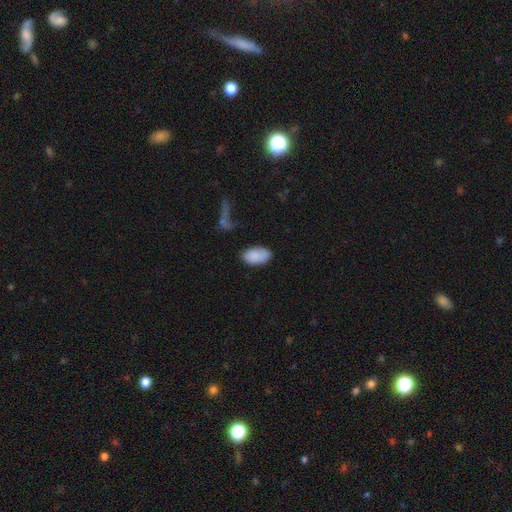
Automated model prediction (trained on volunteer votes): The model was most divided on "merging": none: 71%, minor disturbance: 20%, major disturbance: 5%, merger: 4%. More confident: how rounded — in between (94%); smooth or featured — smooth (85%).